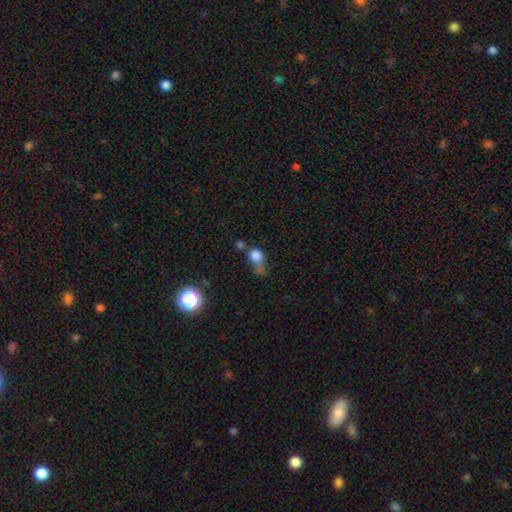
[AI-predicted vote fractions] smooth_or_featured: smooth (p=0.75) [alt: star or artifact p=0.14]
how_rounded: round (p=0.66) [alt: in between p=0.32]
merging: merger (p=0.31) [alt: none p=0.27]